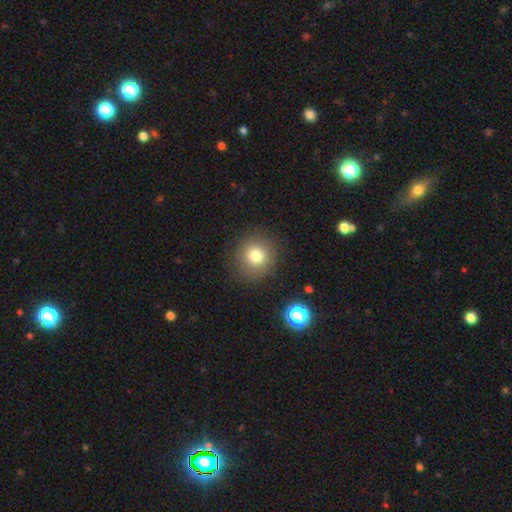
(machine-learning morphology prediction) Q: Smooth or featured?
A: smooth (77%); runner-up: star or artifact (13%)
Q: How rounded?
A: round (91%); runner-up: in between (8%)
Q: Merging?
A: none (86%); runner-up: minor disturbance (9%)